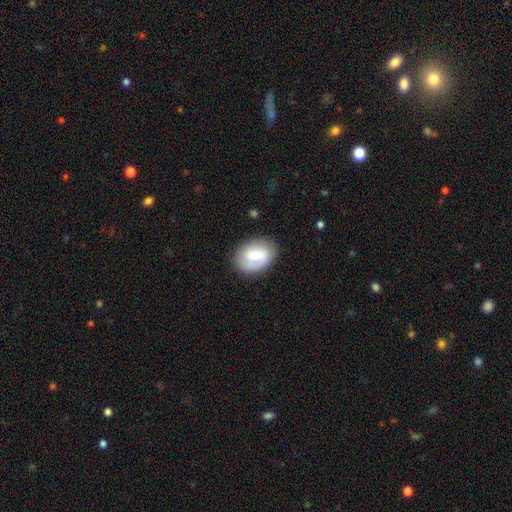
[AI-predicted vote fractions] This is likely a smooth galaxy (65%). How rounded: likely in between (75%). Merging: likely none (79%).